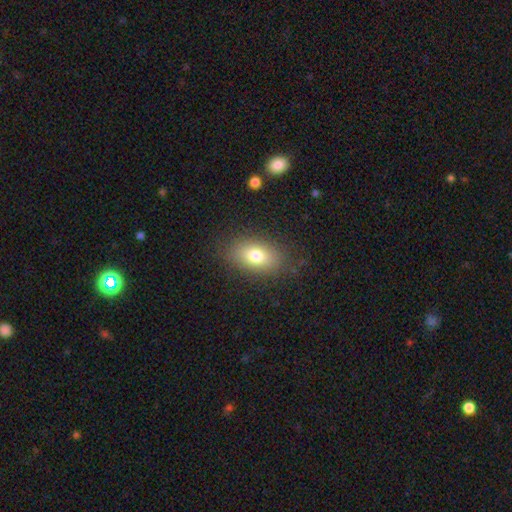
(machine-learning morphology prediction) Smooth or featured? smooth (77%)
How rounded? in between (86%)
Merging? none (84%)